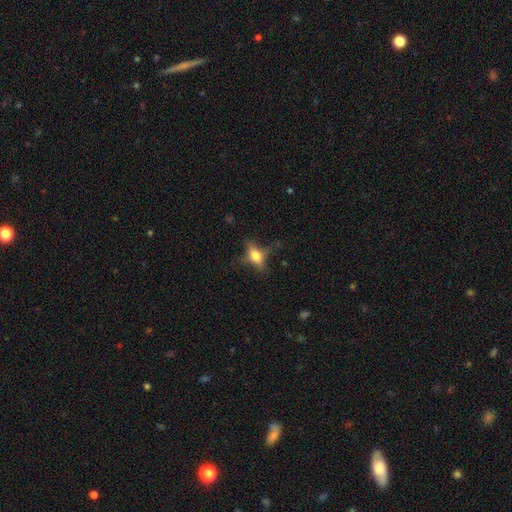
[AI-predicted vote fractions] This appears to be a smooth galaxy with no disk features (55%) that is in between round and cigar-shaped (71%). Merging: none (58%).